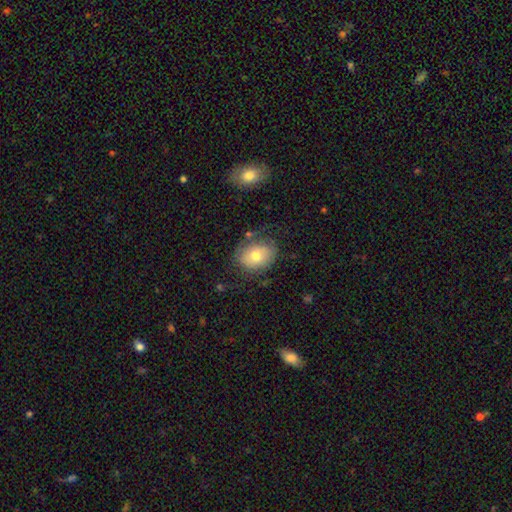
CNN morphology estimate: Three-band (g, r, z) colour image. It shows a smooth galaxy with no disk features (64%) that is in between round and cigar-shaped (63%). Merging: none (65%).